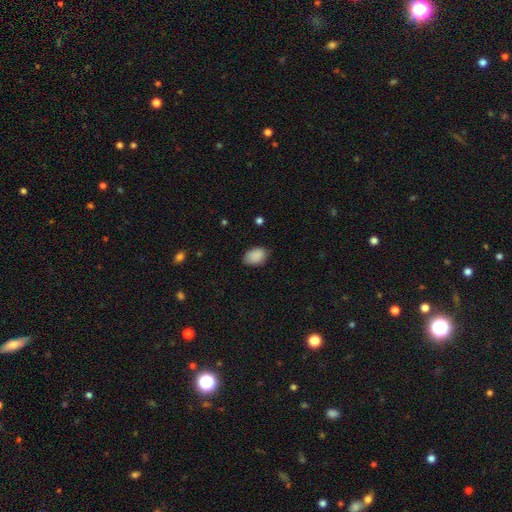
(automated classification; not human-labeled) Smooth or featured? smooth (89%)
How rounded? in between (85%)
Merging? none (78%)